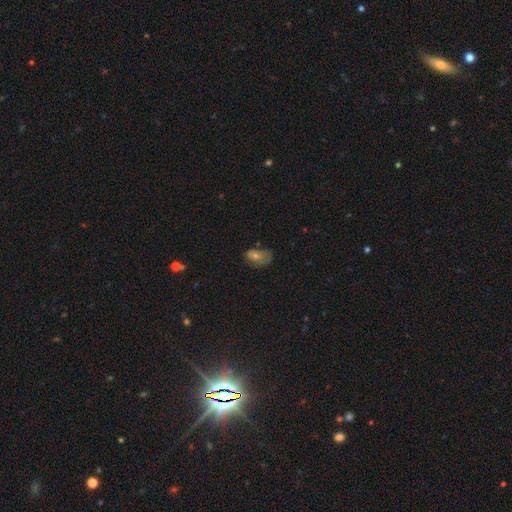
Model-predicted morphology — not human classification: A smooth galaxy with no disk features (48%).

Vote fractions:
- Smooth or featured? smooth: 48% / featured or disk: 30% / star or artifact: 22%
- Merging? none: 51% / minor disturbance: 30% / major disturbance: 16% / merger: 3%